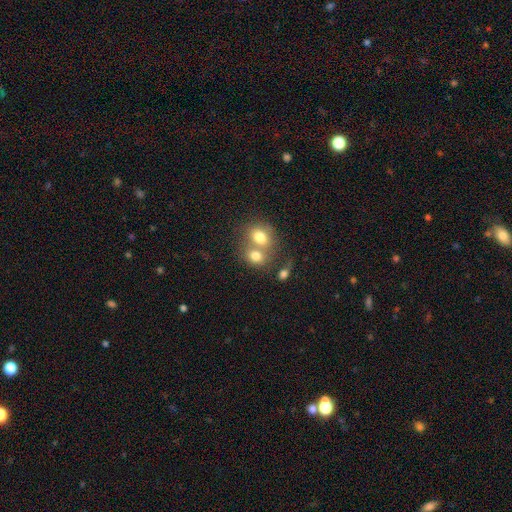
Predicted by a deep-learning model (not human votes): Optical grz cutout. It shows a smooth galaxy with no disk features (75%) that is round (56%). Merging: merger (61%).